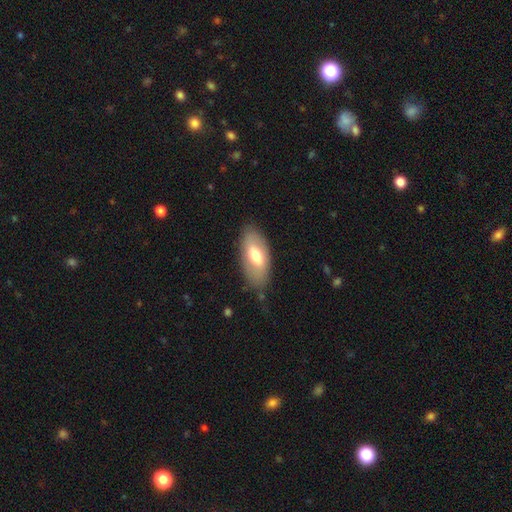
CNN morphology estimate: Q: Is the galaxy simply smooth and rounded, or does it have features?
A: smooth — 63%.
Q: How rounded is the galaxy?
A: in between — 90%.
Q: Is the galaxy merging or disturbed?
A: none — 77%.